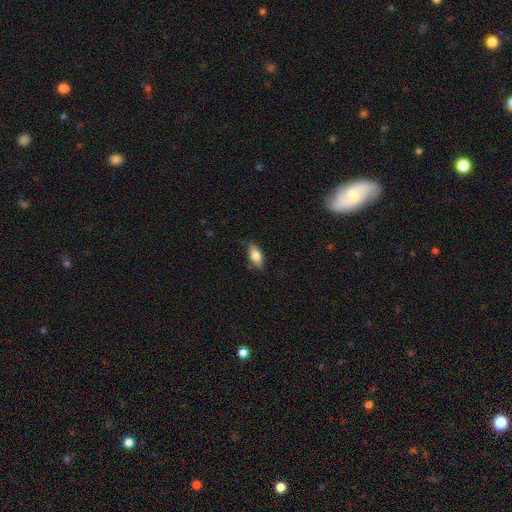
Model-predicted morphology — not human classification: Overall: smooth (77%). How rounded: in between (81%). Merging: none (82%).